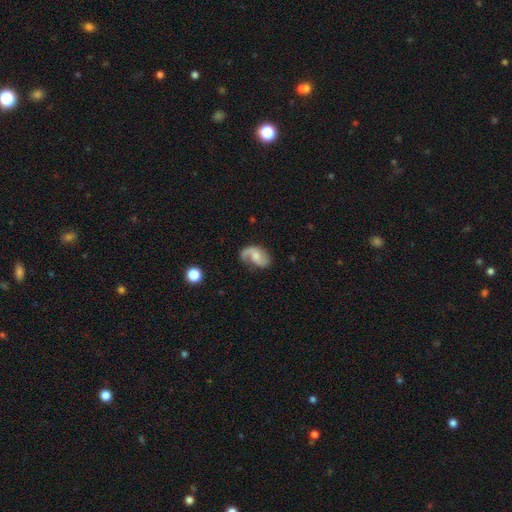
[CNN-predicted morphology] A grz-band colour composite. It shows a featured or disk galaxy (76%) with no bar (58%), 2 (68%) loose (44%) spiral arms (95%) and a moderate central bulge (44%). Merging: none (61%).